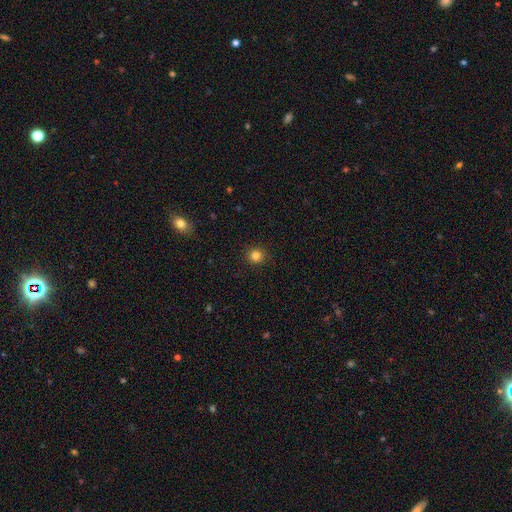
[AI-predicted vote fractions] The model was most divided on "smooth or featured": smooth: 83%, star or artifact: 13%, featured or disk: 5%. More confident: how rounded — round (93%); merging — none (91%).